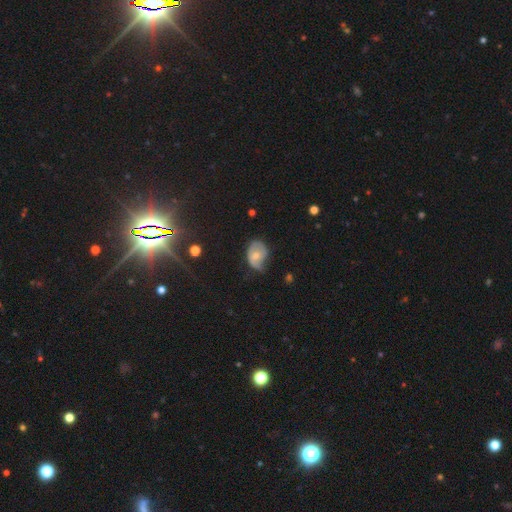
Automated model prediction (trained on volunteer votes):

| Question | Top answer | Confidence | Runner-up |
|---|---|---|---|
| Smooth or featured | smooth | 48% | featured or disk (43%) |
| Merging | minor disturbance | 43% | none (30%) |